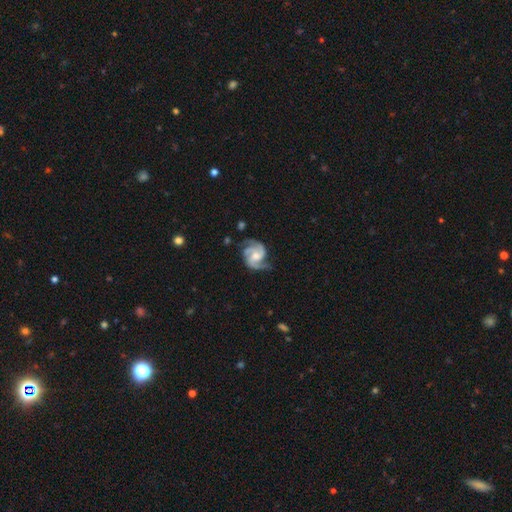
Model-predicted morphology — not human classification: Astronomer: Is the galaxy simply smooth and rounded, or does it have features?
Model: featured or disk — 90%.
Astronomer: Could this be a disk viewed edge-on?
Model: no — 98%.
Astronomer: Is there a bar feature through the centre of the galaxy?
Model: no — 50% (runner-up: weak, 38%).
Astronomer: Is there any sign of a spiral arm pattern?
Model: yes — 98%.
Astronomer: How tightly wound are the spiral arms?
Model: medium — 52% (runner-up: tight, 35%).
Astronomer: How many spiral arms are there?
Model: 3 — 50% (runner-up: 2, 34%).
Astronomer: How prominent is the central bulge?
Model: moderate — 57% (runner-up: small, 35%).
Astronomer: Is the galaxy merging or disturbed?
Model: none — 70%.